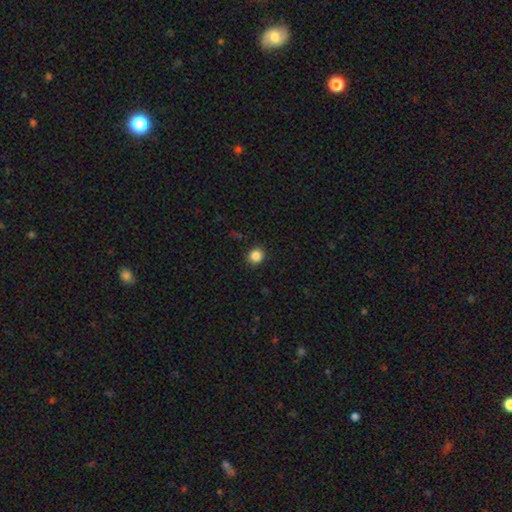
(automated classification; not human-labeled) Smooth or featured? Predicted: smooth (p=0.86). How rounded? Predicted: round (p=0.87). Merging? Predicted: none (p=0.91).